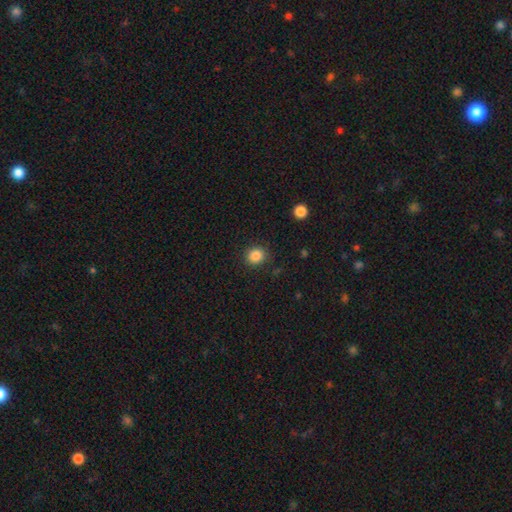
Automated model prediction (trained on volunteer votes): Smooth or featured? smooth (85%)
How rounded? round (81%)
Merging? none (88%)